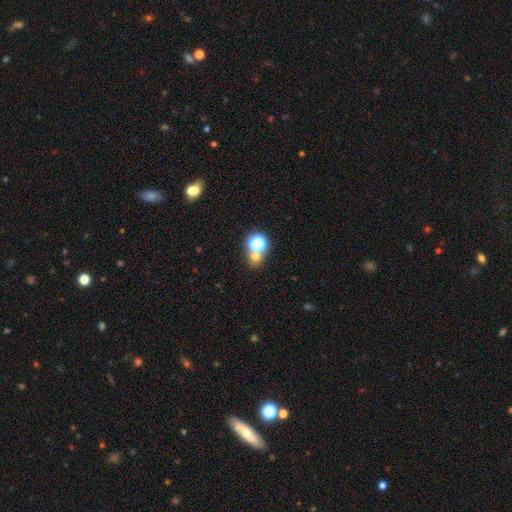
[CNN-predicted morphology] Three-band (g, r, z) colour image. It shows a smooth galaxy with no disk features (60%) that is round (78%). Merging: none (55%).